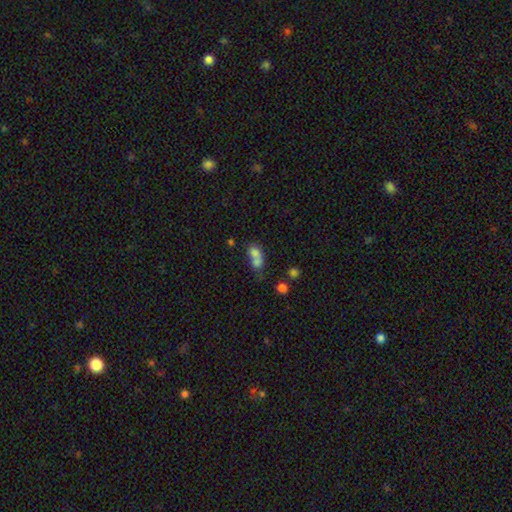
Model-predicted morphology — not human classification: Smooth or featured?
  - smooth: 72% *
  - featured or disk: 16%
  - star or artifact: 12%
How rounded?
  - in between: 61% *
  - round: 36%
  - cigar-shaped: 3%
Merging?
  - merger: 66% *
  - none: 20%
  - minor disturbance: 8%
  - major disturbance: 6%